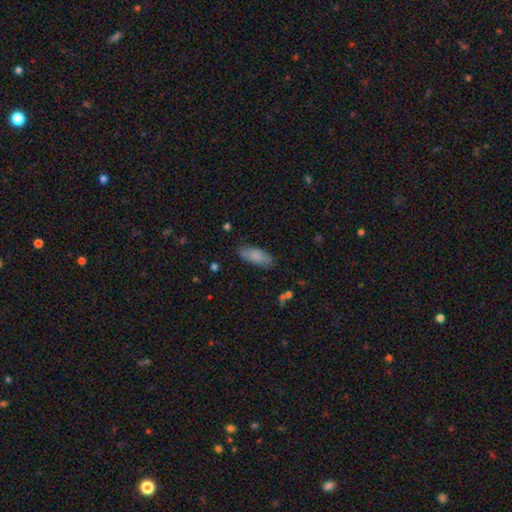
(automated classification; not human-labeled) The model was most divided on "how rounded": in between: 78%, cigar-shaped: 21%, round: 2%. More confident: smooth or featured — smooth (84%); merging — none (82%).